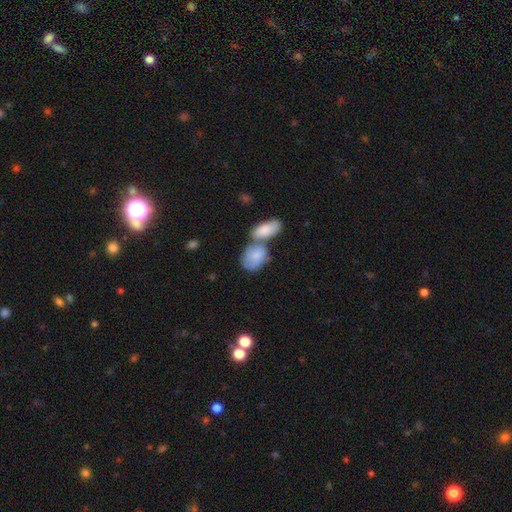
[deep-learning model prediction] Q: Smooth or featured?
A: smooth (78%); runner-up: featured or disk (17%)
Q: How rounded?
A: in between (80%); runner-up: round (17%)
Q: Merging?
A: merger (53%); runner-up: none (30%)